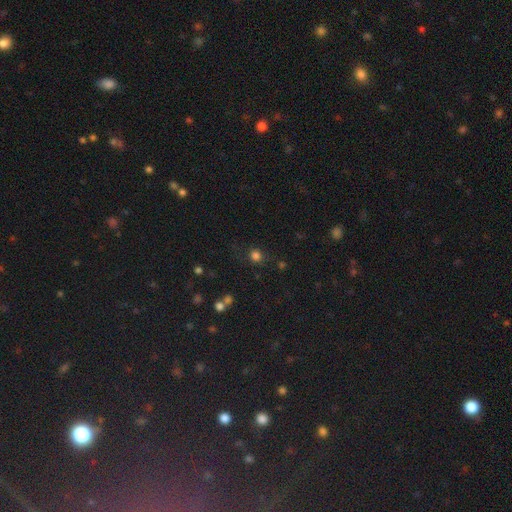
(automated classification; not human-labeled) smooth-or-featured: smooth: 77% | star or artifact: 17% | featured or disk: 5%
  how-rounded: round: 85% | in between: 14% | cigar-shaped: 1%
  merging: none: 78% | minor disturbance: 12% | major disturbance: 6% | merger: 3%